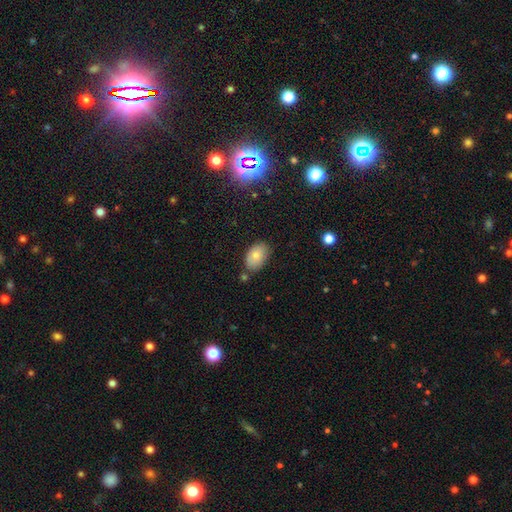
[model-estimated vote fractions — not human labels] This appears to be a smooth galaxy with no disk features (82%) that is in between round and cigar-shaped (92%). Merging: none (72%).